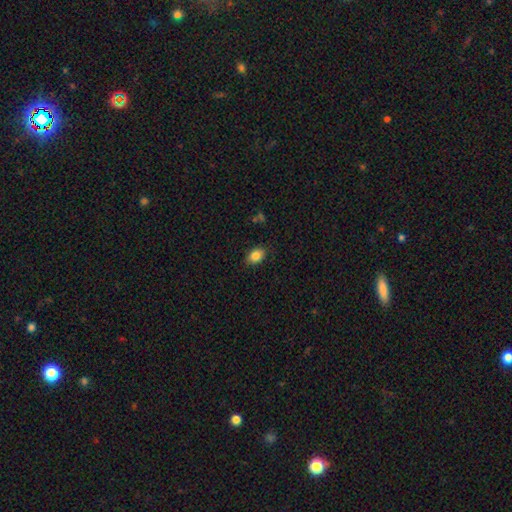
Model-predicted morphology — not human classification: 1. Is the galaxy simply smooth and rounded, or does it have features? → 85% smooth, 9% star or artifact, 6% featured or disk.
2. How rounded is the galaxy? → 81% in between, 17% round, 1% cigar-shaped.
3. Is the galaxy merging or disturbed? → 85% none, 11% minor disturbance, 3% major disturbance, 1% merger.